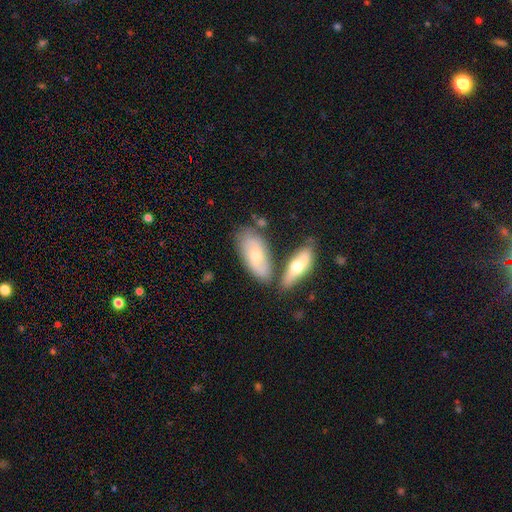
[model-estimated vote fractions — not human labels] smooth-or-featured: smooth: 51% | featured or disk: 42% | star or artifact: 6%
  how-rounded: in between: 85% | cigar-shaped: 12% | round: 3%
  merging: none: 52% | merger: 28% | minor disturbance: 15% | major disturbance: 4%